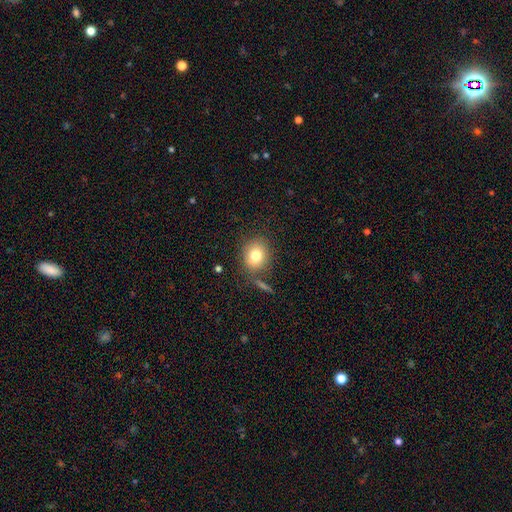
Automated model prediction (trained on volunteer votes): Smooth or featured: smooth — 78% (featured or disk — 12%)
How rounded: round — 71% (in between — 28%)
Merging: none — 76% (minor disturbance — 12%)